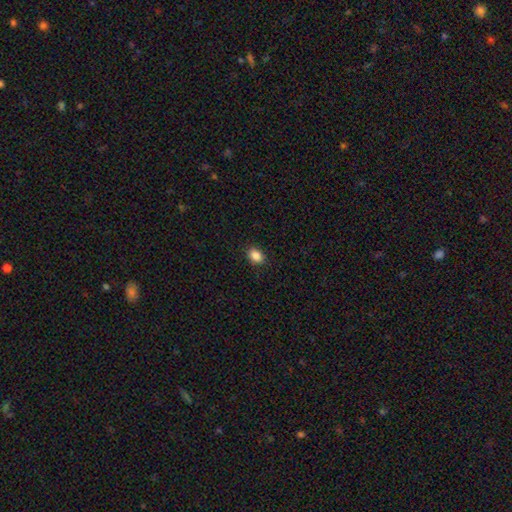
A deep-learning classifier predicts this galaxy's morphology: smooth 87%, star or artifact 9%, featured or disk 4%. Down the decision tree: how rounded — in between (66%); merging — none (89%).